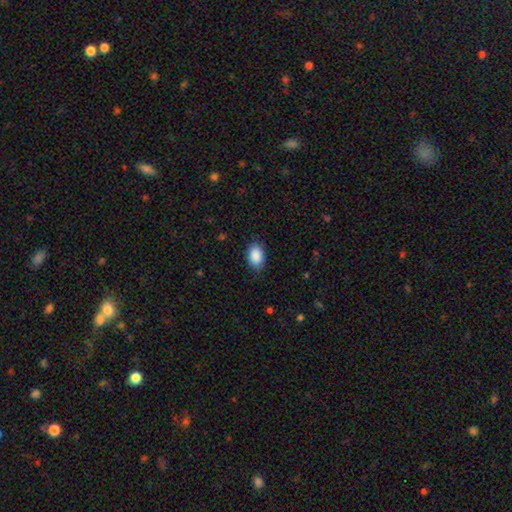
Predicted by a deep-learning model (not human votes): Smooth or featured? Predicted: smooth (p=0.90). How rounded? Predicted: in between (p=0.90). Merging? Predicted: none (p=0.85).